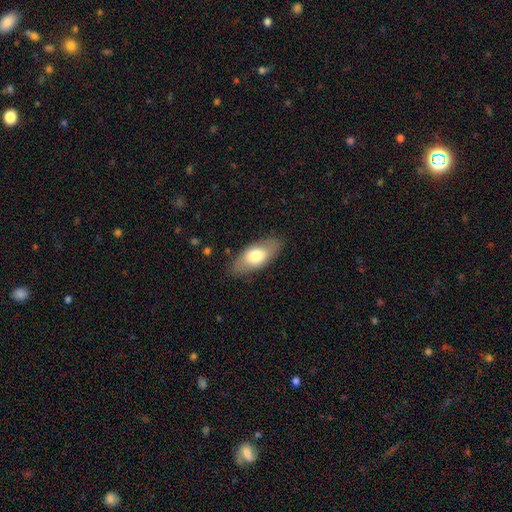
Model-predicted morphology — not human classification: type=smooth (68%); roundness=in between (88%); merging=none (82%).